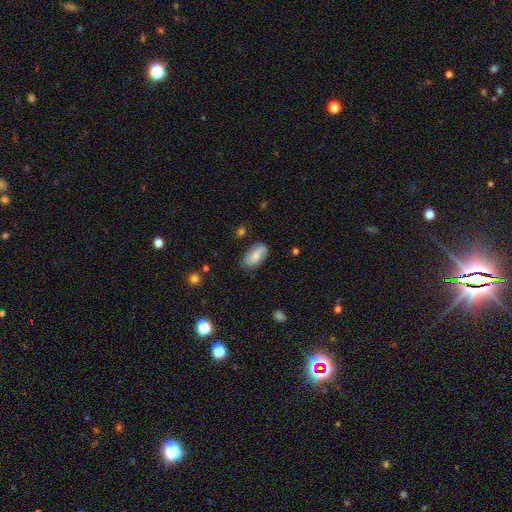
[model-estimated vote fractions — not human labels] A smooth galaxy with no disk features (70%) that is in between round and cigar-shaped (93%). Merging: none (74%).